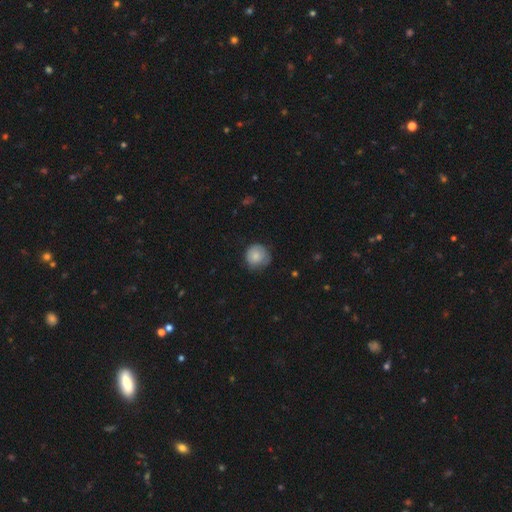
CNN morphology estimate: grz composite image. It shows a smooth galaxy with no disk features (78%) that is round (89%). Merging: none (64%).